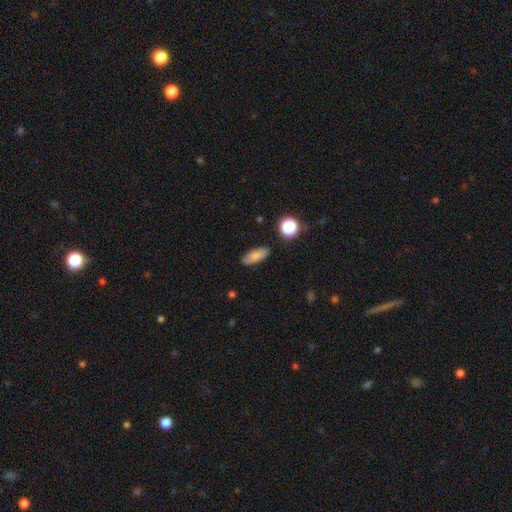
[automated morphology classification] Smooth or featured?
  - smooth: 81% *
  - star or artifact: 9%
  - featured or disk: 9%
How rounded?
  - in between: 72% *
  - cigar-shaped: 23%
  - round: 4%
Merging?
  - none: 86% *
  - minor disturbance: 10%
  - major disturbance: 2%
  - merger: 2%